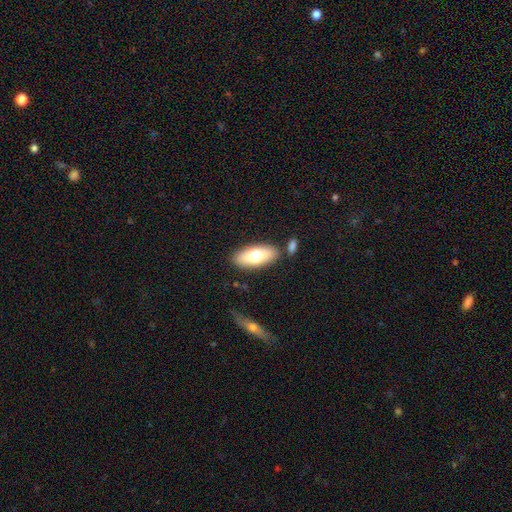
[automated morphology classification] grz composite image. It shows a smooth galaxy with no disk features (69%) that is in between round and cigar-shaped (83%). Merging: none (80%).